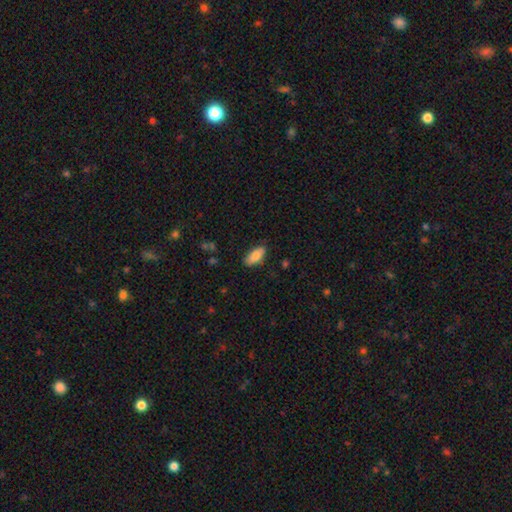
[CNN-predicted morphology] This appears to be a smooth galaxy with no disk features (81%) that is in between round and cigar-shaped (88%). Merging: none (82%).